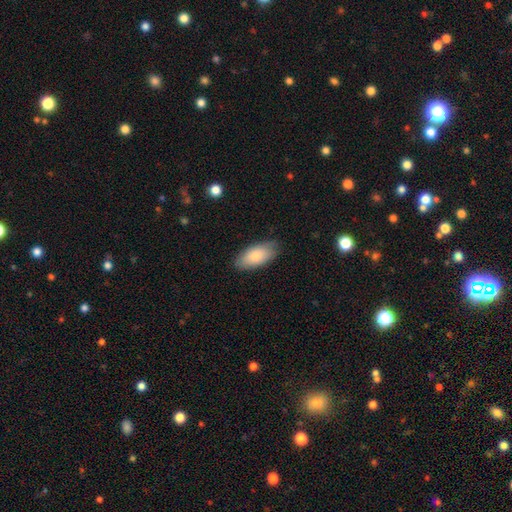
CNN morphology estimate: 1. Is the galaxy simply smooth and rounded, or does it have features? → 79% smooth, 15% featured or disk, 6% star or artifact.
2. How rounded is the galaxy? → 92% in between, 6% cigar-shaped, 3% round.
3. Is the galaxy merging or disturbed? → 81% none, 16% minor disturbance, 3% major disturbance, 1% merger.